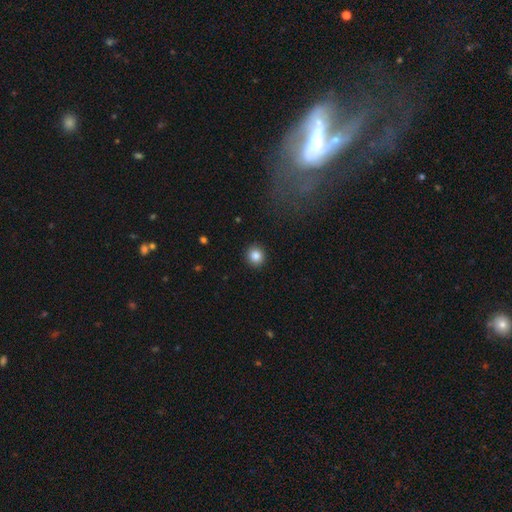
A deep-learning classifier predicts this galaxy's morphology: smooth 85%, star or artifact 10%, featured or disk 5%. Down the decision tree: how rounded — round (91%); merging — none (93%).